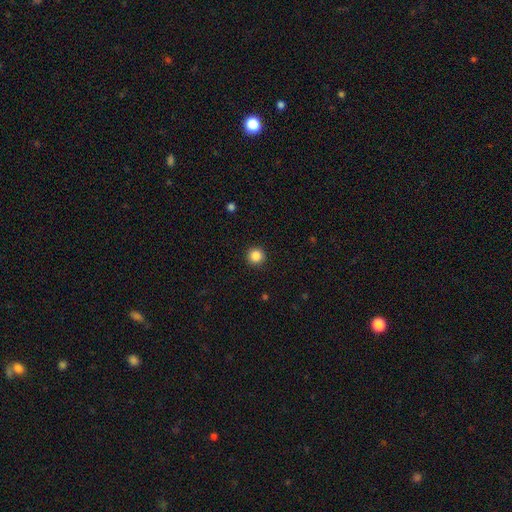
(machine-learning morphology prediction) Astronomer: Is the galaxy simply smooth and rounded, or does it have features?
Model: smooth — 86%.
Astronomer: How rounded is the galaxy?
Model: round — 96%.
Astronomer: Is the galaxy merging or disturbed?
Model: none — 93%.